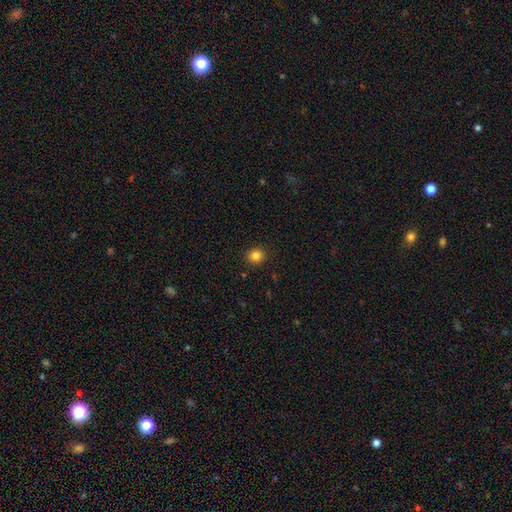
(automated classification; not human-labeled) Overall: smooth (84%). How rounded: round (86%). Merging: none (91%).